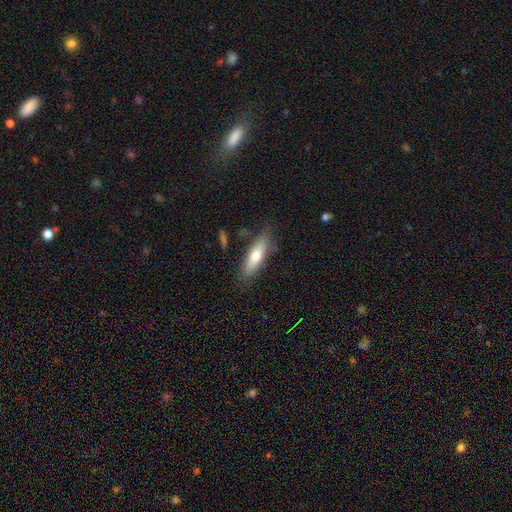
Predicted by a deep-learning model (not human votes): Q: Smooth or featured?
A: smooth (63%); runner-up: featured or disk (30%)
Q: How rounded?
A: cigar-shaped (57%); runner-up: in between (41%)
Q: Merging?
A: none (79%); runner-up: minor disturbance (14%)